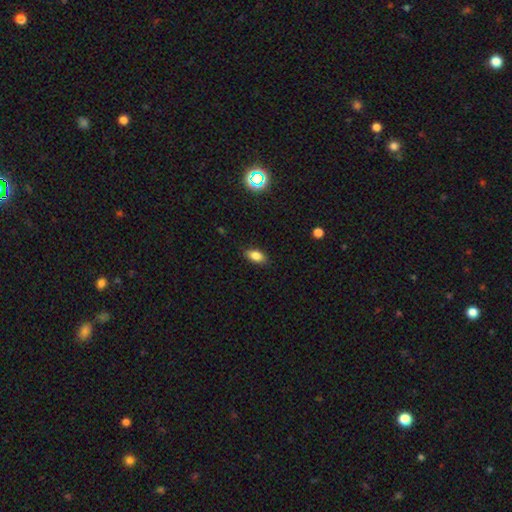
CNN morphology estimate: This appears to be a smooth galaxy with no disk features (83%) that is in between round and cigar-shaped (88%). Merging: none (86%).